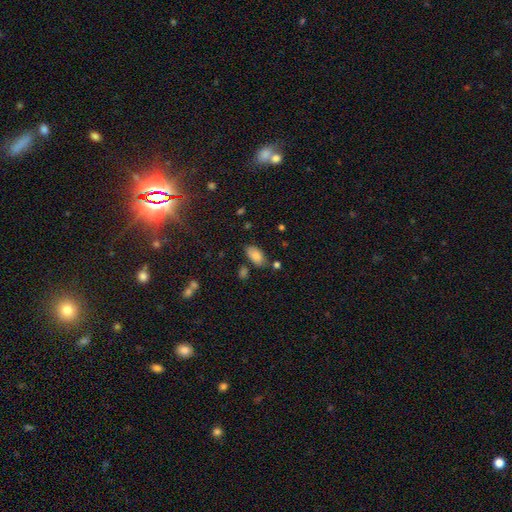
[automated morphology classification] Smooth or featured? smooth (82%)
How rounded? in between (93%)
Merging? none (71%)